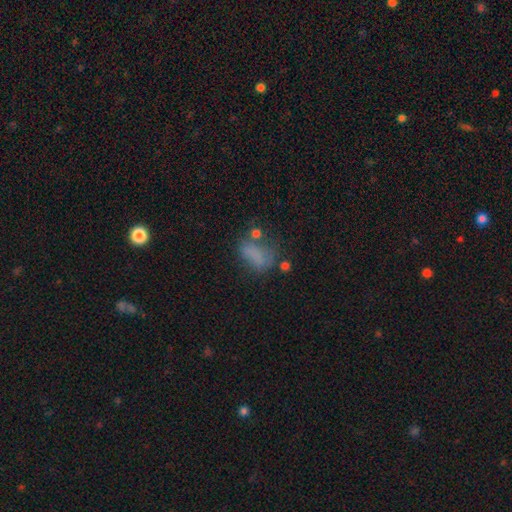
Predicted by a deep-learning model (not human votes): Smooth or featured?
  - smooth: 65% *
  - featured or disk: 19%
  - star or artifact: 16%
How rounded?
  - in between: 80% *
  - round: 15%
  - cigar-shaped: 5%
Merging?
  - none: 34% *
  - major disturbance: 27%
  - minor disturbance: 25%
  - merger: 14%